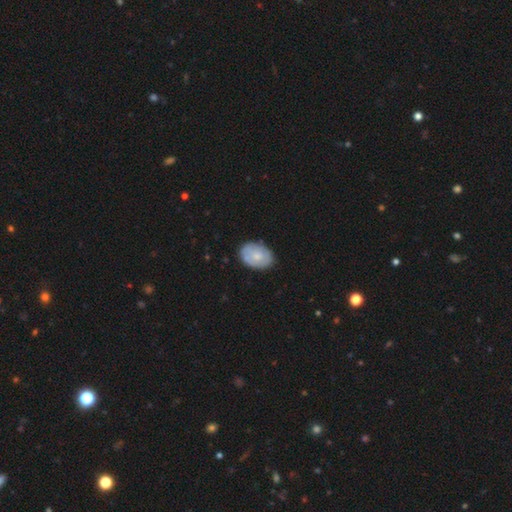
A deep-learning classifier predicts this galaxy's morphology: type=smooth (59%); roundness=in between (80%); merging=none (80%).